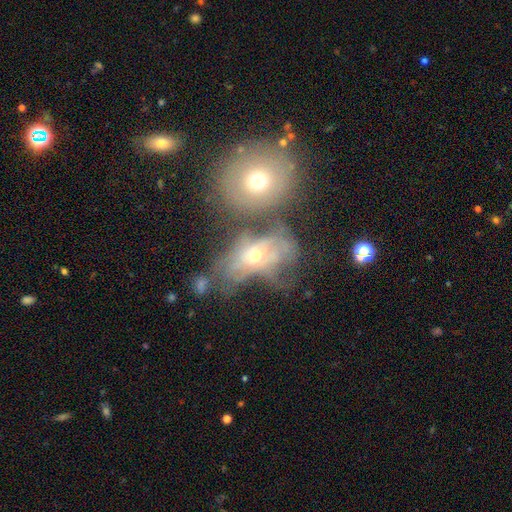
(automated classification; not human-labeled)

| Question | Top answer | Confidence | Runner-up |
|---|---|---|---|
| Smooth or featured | featured or disk | 54% | smooth (32%) |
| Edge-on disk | no | 93% | yes (7%) |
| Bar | no | 80% | weak (15%) |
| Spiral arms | no | 57% | yes (43%) |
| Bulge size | moderate | 59% | small (33%) |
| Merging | merger | 33% | none (27%) |